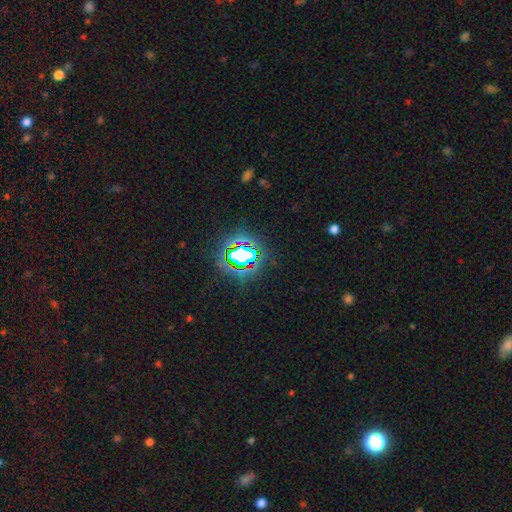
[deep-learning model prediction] Smooth or featured: star or artifact — 82% (smooth — 11%)